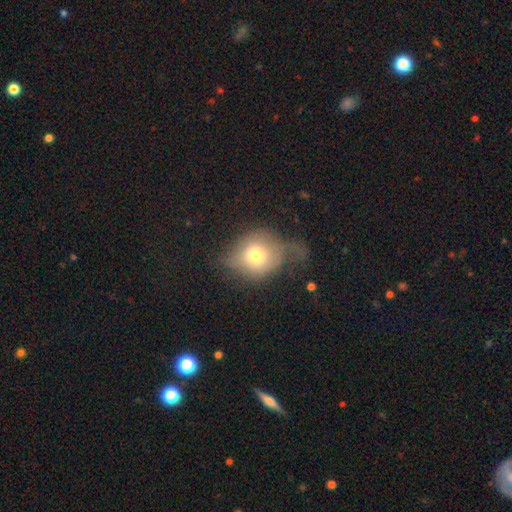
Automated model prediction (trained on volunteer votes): The model was most divided on "merging": major disturbance: 36%, minor disturbance: 31%, none: 30%, merger: 4%. More confident: how rounded — round (68%); smooth or featured — smooth (66%).